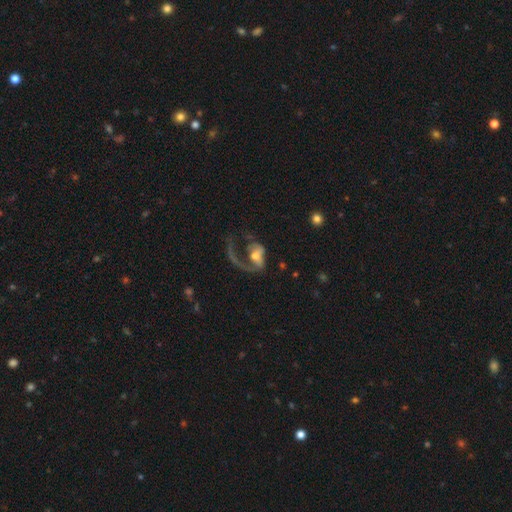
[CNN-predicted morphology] This appears to be a featured or disk galaxy (69%) with no bar (55%), 1 (82%) loose (64%) spiral arms (76%) and a moderate central bulge (53%). Merging: major disturbance (61%).